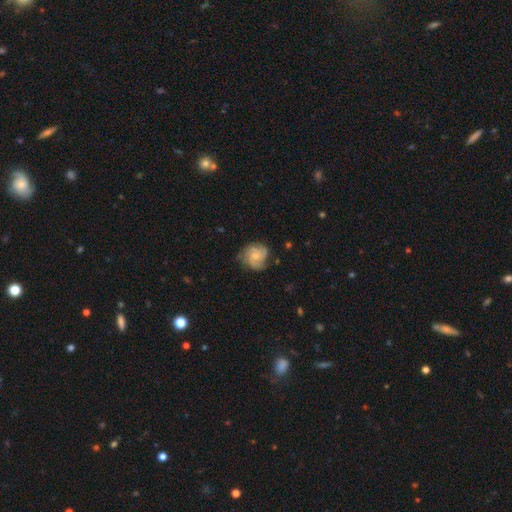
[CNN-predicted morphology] Overall: featured or disk (65%; smooth 28%). Edge-on disk: no (98%). Bar: no (74%). Spiral arms: yes (92%). Spiral arm count: 3 (46%; 2 19%). Spiral winding: tight (46%; medium 41%). Bulge size: small (51%; moderate 40%). Merging: none (69%).